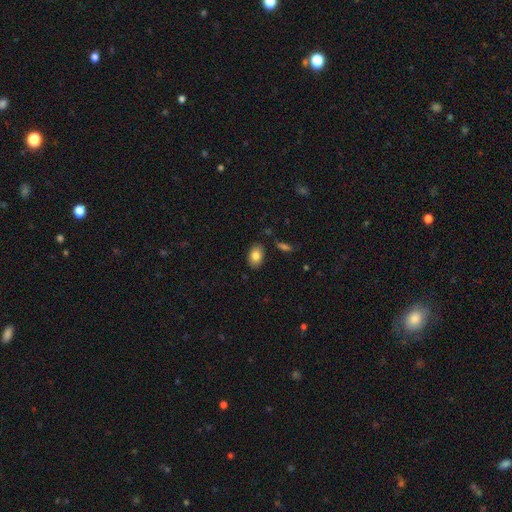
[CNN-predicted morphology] This appears to be a smooth galaxy with no disk features (83%) that is in between round and cigar-shaped (87%). Merging: none (86%).